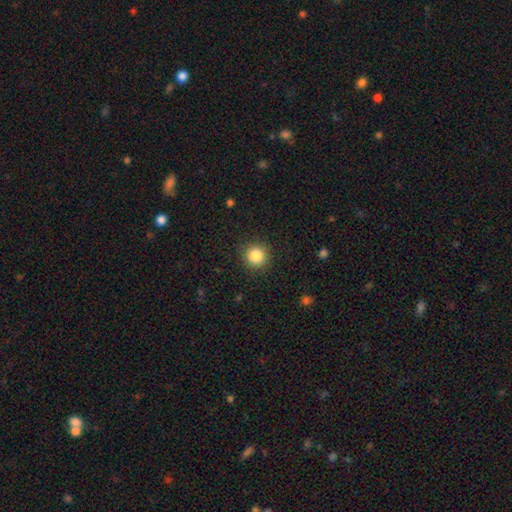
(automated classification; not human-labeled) Smooth or featured: smooth — 85% (star or artifact — 10%)
How rounded: round — 94% (in between — 5%)
Merging: none — 90% (minor disturbance — 6%)